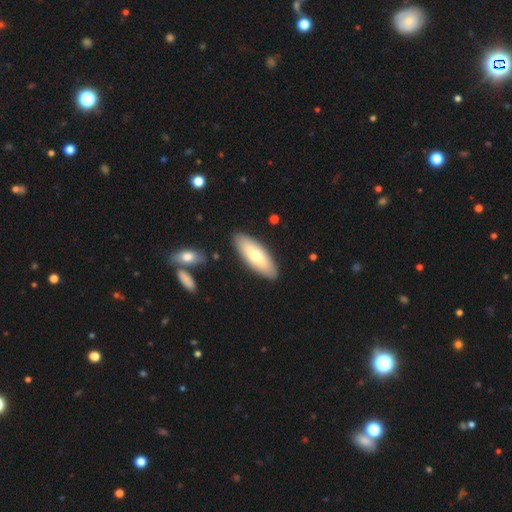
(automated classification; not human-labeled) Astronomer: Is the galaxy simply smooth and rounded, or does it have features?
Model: smooth — 64%.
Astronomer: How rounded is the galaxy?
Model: in between — 72%.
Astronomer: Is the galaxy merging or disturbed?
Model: none — 88%.